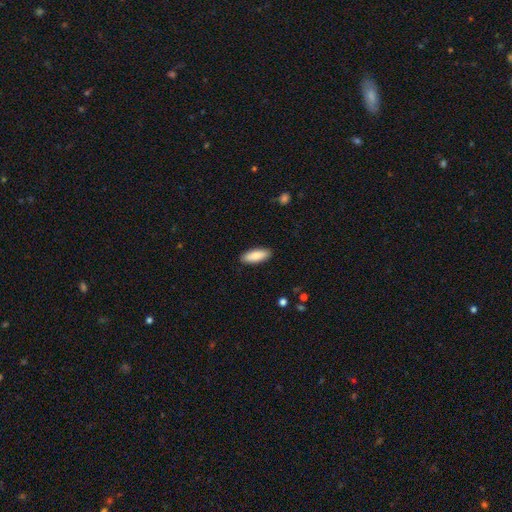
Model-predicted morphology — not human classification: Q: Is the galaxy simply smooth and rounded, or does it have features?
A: smooth — 85%.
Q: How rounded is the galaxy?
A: in between — 72%.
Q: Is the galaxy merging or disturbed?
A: none — 89%.